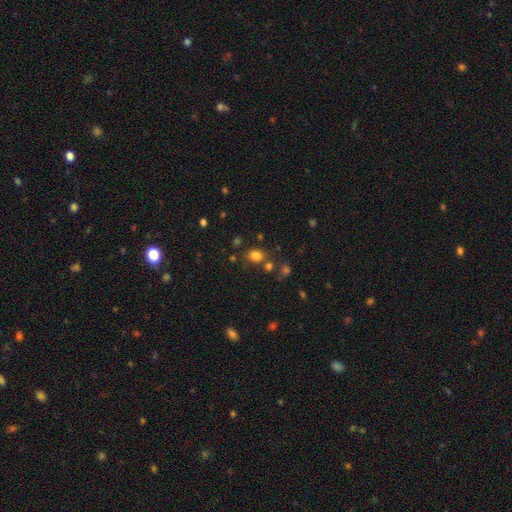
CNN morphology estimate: type=smooth (78%); roundness=in between (59%); merging=none (70%).